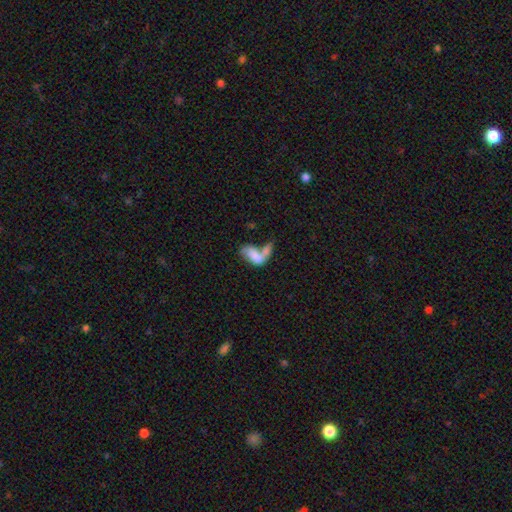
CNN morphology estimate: A smooth galaxy with no disk features (67%) that is in between round and cigar-shaped (86%).

Vote fractions:
- Smooth or featured? smooth: 67% / featured or disk: 24% / star or artifact: 9%
- How rounded? in between: 86% / cigar-shaped: 9% / round: 5%
- Merging? merger: 63% / none: 14% / major disturbance: 14% / minor disturbance: 9%